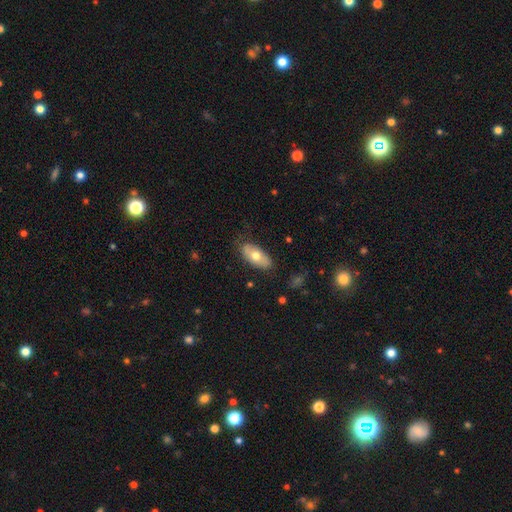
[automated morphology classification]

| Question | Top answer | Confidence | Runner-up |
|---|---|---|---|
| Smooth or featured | smooth | 64% | featured or disk (29%) |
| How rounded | in between | 89% | cigar-shaped (8%) |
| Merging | none | 78% | minor disturbance (17%) |